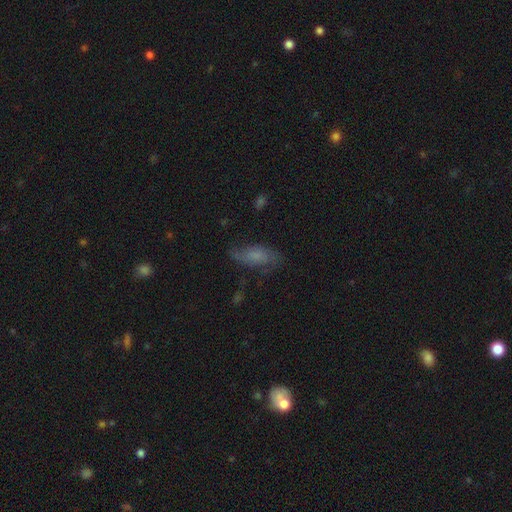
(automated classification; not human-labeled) Overall: smooth (51%; featured or disk 37%). How rounded: in between (80%). Merging: none (61%; minor disturbance 24%).